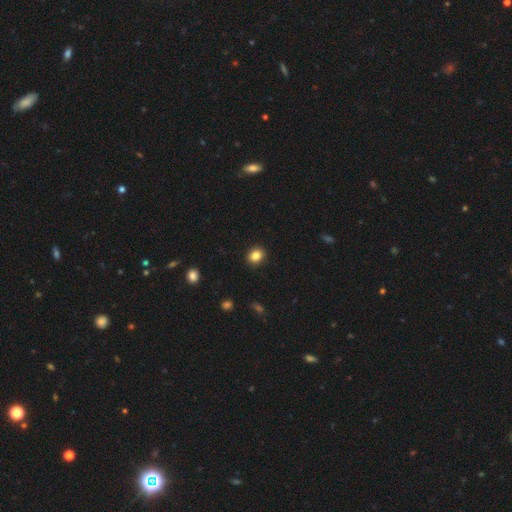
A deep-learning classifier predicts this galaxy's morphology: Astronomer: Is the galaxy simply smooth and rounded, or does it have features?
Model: smooth — 85%.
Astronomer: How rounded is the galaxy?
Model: round — 61% (runner-up: in between, 38%).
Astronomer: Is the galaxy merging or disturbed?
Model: none — 91%.